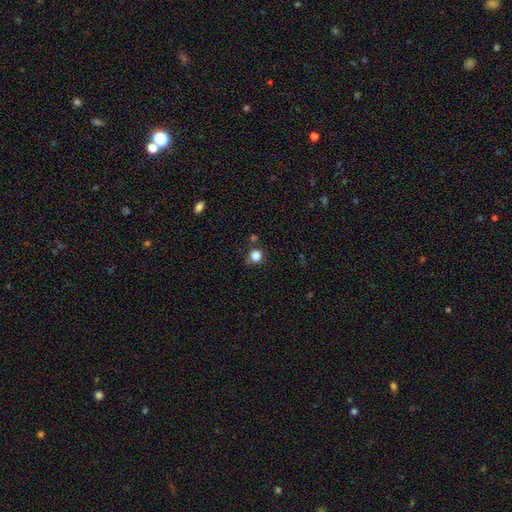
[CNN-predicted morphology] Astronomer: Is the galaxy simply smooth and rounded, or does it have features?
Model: smooth — 84%.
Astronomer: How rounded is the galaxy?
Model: round — 88%.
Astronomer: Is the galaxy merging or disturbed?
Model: none — 78%.